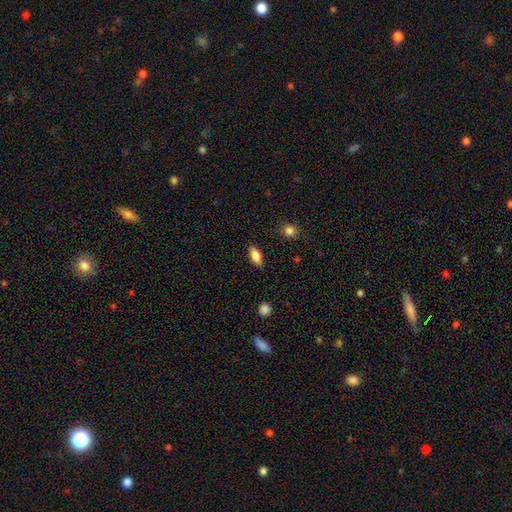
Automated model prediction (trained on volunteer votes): The model was most divided on "smooth or featured": smooth: 78%, featured or disk: 15%, star or artifact: 7%. More confident: merging — none (86%); how rounded — in between (82%).